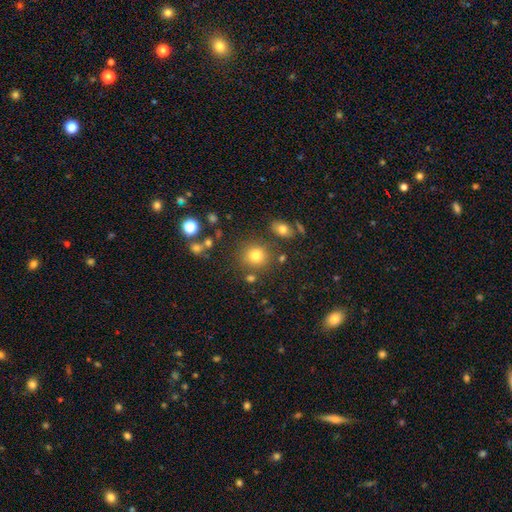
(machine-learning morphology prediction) A smooth galaxy with no disk features (79%) that is round (85%). Merging: none (79%).